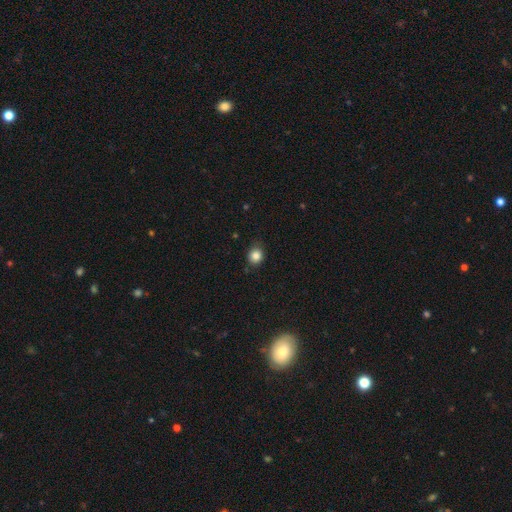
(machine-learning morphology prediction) smooth_or_featured: smooth (p=0.85) [alt: star or artifact p=0.11]
how_rounded: round (p=0.72) [alt: in between p=0.27]
merging: none (p=0.79) [alt: minor disturbance p=0.17]